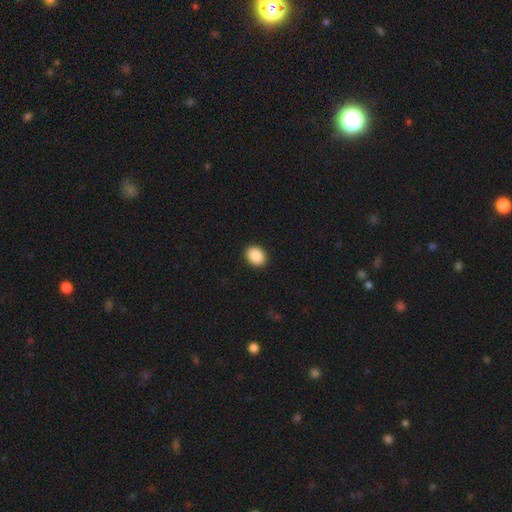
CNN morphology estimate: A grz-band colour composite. It shows a smooth galaxy with no disk features (90%) that is in between round and cigar-shaped (57%). Merging: none (92%).